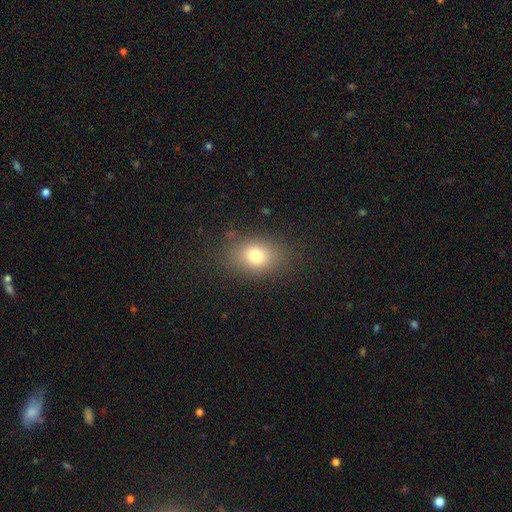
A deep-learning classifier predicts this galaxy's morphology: The model was most divided on "how rounded": in between: 67%, round: 32%, cigar-shaped: 1%. More confident: merging — none (82%); smooth or featured — smooth (75%).